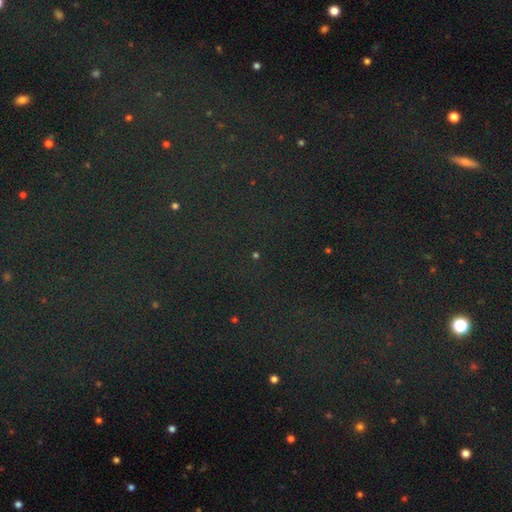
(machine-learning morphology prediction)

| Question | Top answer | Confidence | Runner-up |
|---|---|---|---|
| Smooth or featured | star or artifact | 76% | smooth (16%) |